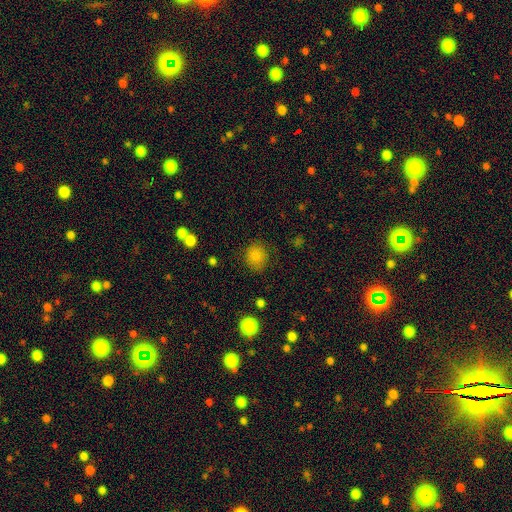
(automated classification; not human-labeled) smooth-or-featured: smooth: 82% | star or artifact: 11% | featured or disk: 6%
  how-rounded: round: 77% | in between: 22% | cigar-shaped: 1%
  merging: none: 83% | minor disturbance: 12% | major disturbance: 3% | merger: 2%